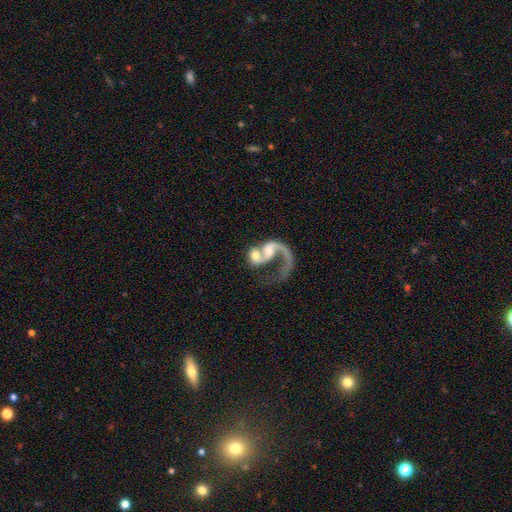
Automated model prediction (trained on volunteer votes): This appears to be a featured or disk galaxy (75%) with no bar (61%), 1 (73%) loose (77%) spiral arms (84%) and a moderate central bulge (47%). Merging: merger (55%).